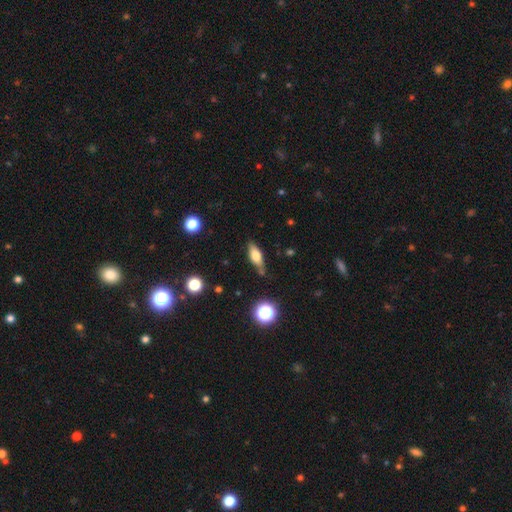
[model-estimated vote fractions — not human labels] Smooth or featured? smooth (58%)
How rounded? in between (64%)
Merging? none (76%)